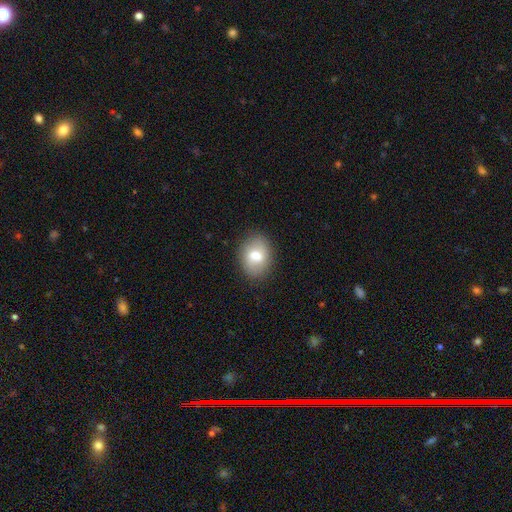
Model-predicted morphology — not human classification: This appears to be a smooth galaxy with no disk features (68%) that is in between round and cigar-shaped (64%). Merging: none (84%).